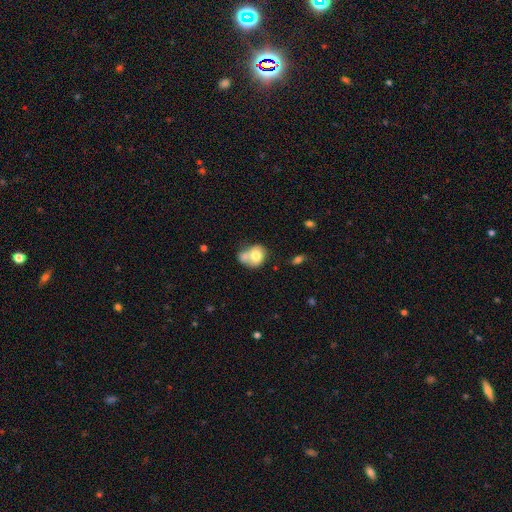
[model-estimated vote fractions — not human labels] A smooth galaxy with no disk features (72%) that is round (56%).

Vote fractions:
- Smooth or featured? smooth: 72% / featured or disk: 19% / star or artifact: 8%
- How rounded? round: 56% / in between: 43% / cigar-shaped: 1%
- Merging? merger: 58% / none: 23% / minor disturbance: 12% / major disturbance: 6%